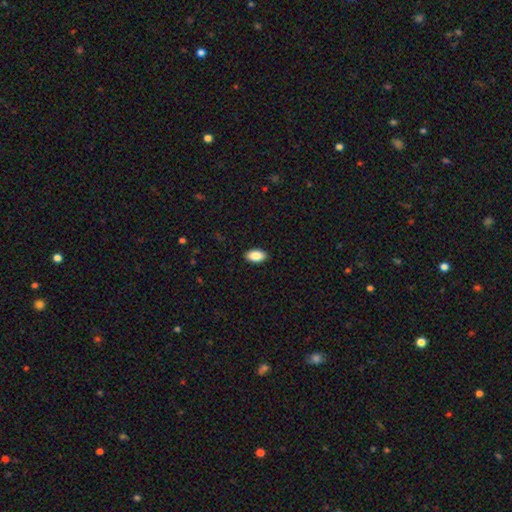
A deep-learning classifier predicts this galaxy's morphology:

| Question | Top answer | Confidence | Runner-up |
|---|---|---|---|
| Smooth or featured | smooth | 88% | star or artifact (7%) |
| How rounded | in between | 94% | round (3%) |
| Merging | none | 90% | minor disturbance (7%) |